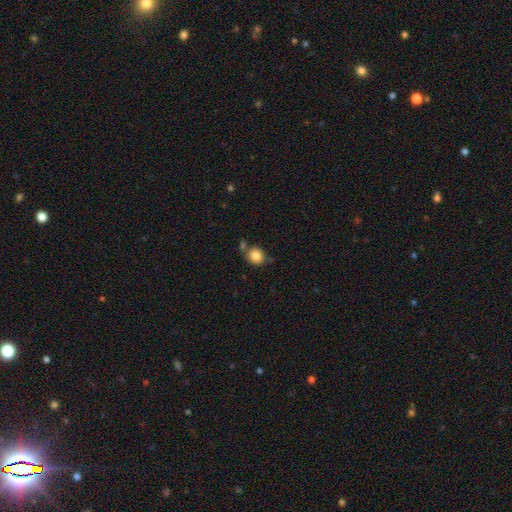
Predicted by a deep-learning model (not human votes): The model was most divided on "merging": none: 65%, merger: 17%, minor disturbance: 14%, major disturbance: 4%. More confident: how rounded — round (85%); smooth or featured — smooth (84%).